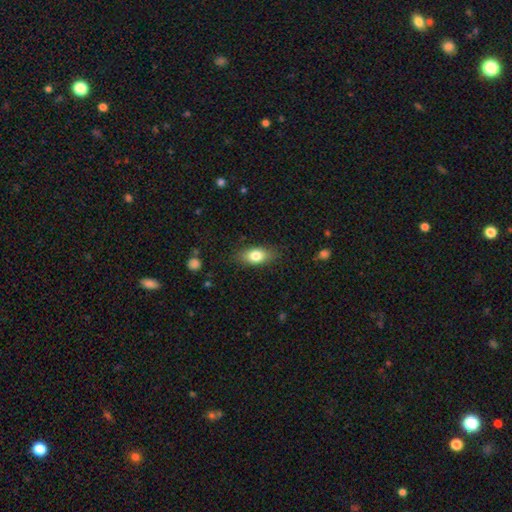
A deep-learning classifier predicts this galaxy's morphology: smooth 79%, featured or disk 13%, star or artifact 8%. Down the decision tree: how rounded — in between (84%); merging — none (83%).